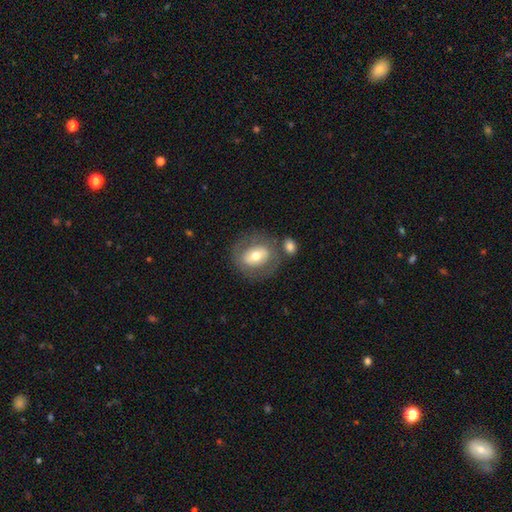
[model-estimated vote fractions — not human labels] Q: Smooth or featured?
A: smooth (52%); runner-up: featured or disk (40%)
Q: How rounded?
A: round (52%); runner-up: in between (46%)
Q: Merging?
A: none (67%); runner-up: minor disturbance (13%)